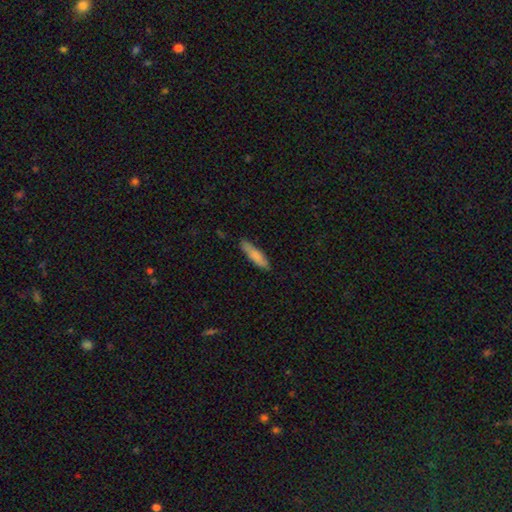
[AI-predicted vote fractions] Smooth or featured? Predicted: smooth (p=0.81). How rounded? Predicted: cigar-shaped (p=0.71). Merging? Predicted: none (p=0.84).